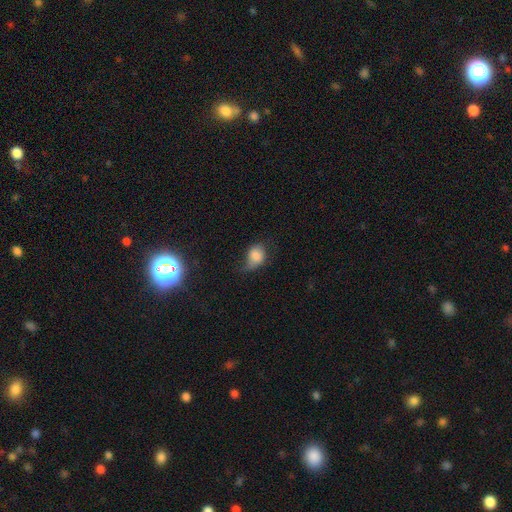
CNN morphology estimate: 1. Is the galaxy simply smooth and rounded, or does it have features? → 75% smooth, 15% featured or disk, 10% star or artifact.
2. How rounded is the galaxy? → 61% in between, 38% round, 1% cigar-shaped.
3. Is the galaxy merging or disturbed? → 38% minor disturbance, 30% none, 29% major disturbance, 3% merger.